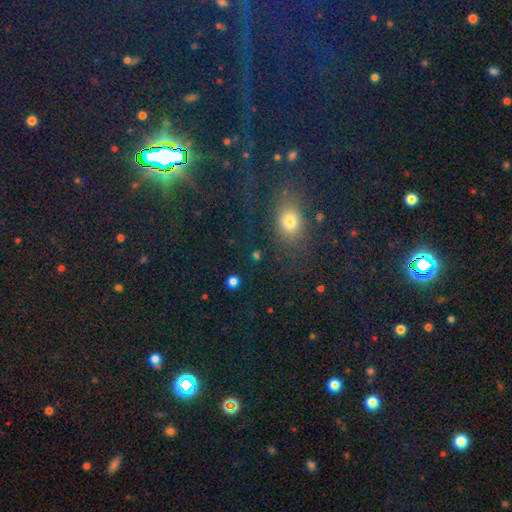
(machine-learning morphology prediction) smooth_or_featured: smooth (p=0.51) [alt: star or artifact p=0.39]
how_rounded: in between (p=0.63) [alt: round p=0.31]
merging: none (p=0.83) [alt: minor disturbance p=0.10]